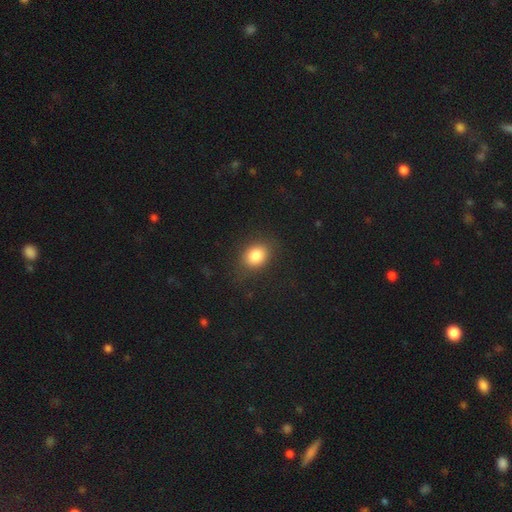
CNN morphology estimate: type=smooth (84%); roundness=in between (55%); merging=none (81%).